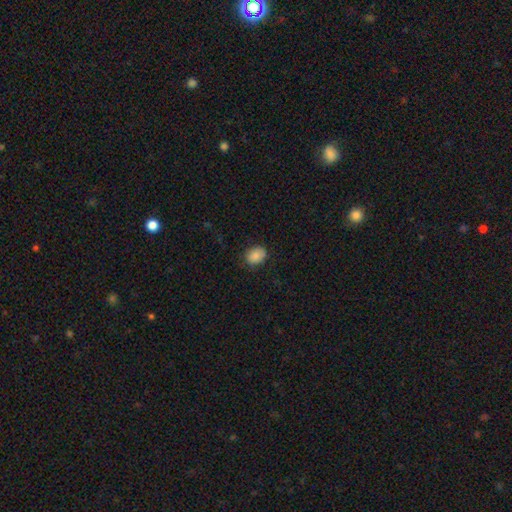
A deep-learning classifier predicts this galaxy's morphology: This appears to be a smooth galaxy with no disk features (87%) that is in between round and cigar-shaped (61%). Merging: none (78%).